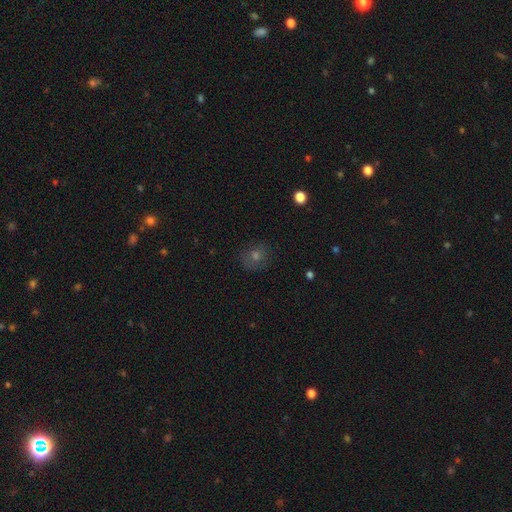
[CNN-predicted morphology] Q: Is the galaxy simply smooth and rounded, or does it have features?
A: smooth — 54%.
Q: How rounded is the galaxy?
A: round — 77%.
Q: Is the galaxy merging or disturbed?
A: none — 79%.